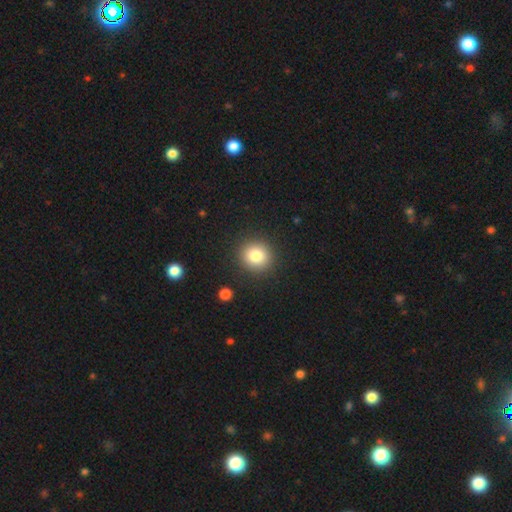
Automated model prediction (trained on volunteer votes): smooth 82%, star or artifact 11%, featured or disk 7%. Down the decision tree: how rounded — round (88%); merging — none (90%).